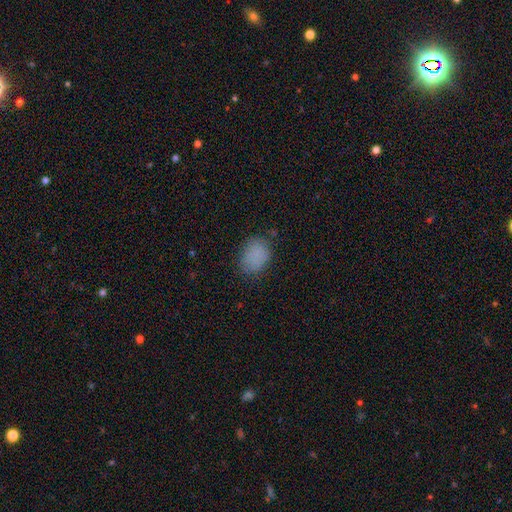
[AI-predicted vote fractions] Smooth or featured: smooth — 83% (star or artifact — 10%)
How rounded: in between — 65% (round — 34%)
Merging: none — 74% (minor disturbance — 19%)